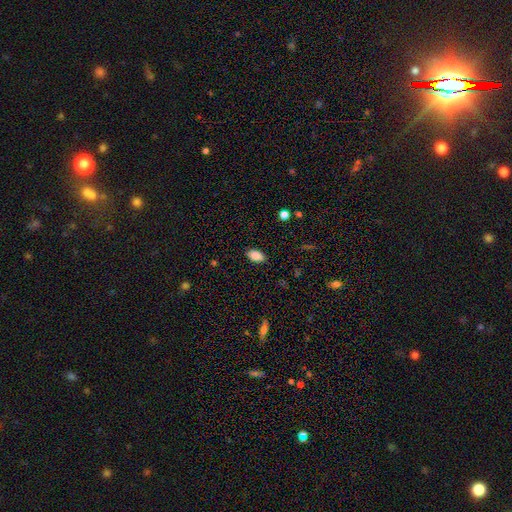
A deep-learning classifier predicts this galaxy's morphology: Smooth or featured: smooth — 87% (star or artifact — 8%)
How rounded: in between — 93% (round — 5%)
Merging: none — 88% (minor disturbance — 9%)